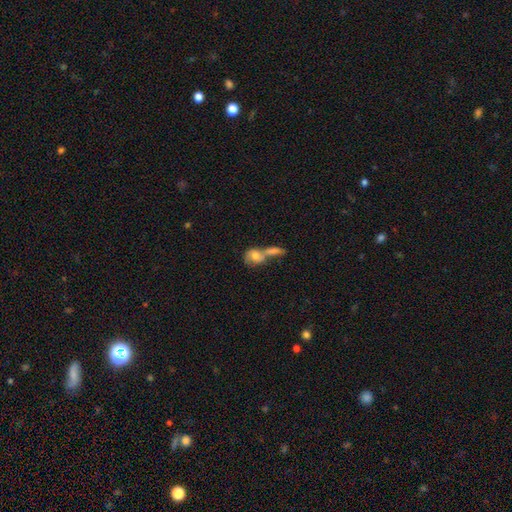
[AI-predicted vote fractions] This appears to be a smooth galaxy with no disk features (60%) that is in between round and cigar-shaped (52%). Merging: merger (65%).